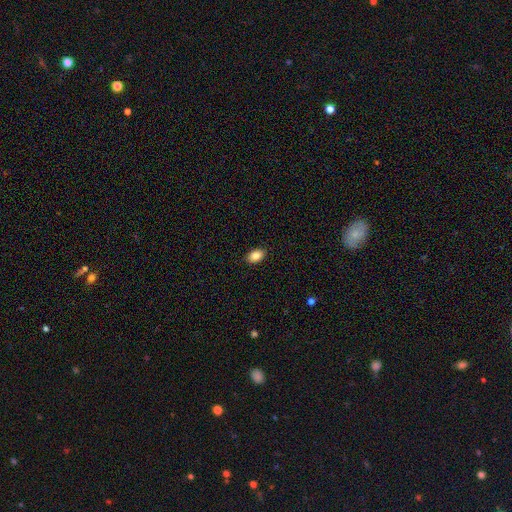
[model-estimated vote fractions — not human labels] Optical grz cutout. It shows a smooth galaxy with no disk features (87%) that is in between round and cigar-shaped (88%). Merging: none (90%).